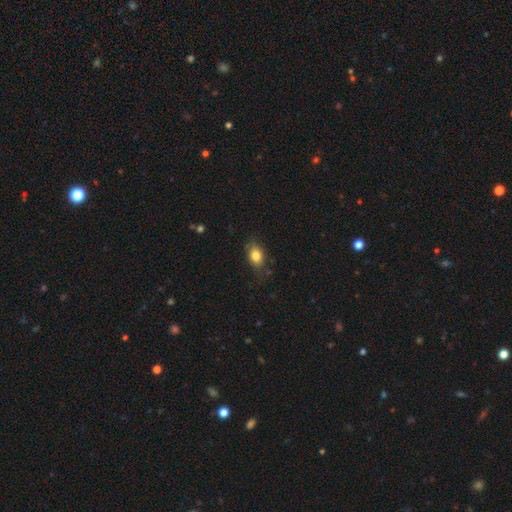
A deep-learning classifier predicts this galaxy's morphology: A smooth galaxy with no disk features (81%) that is in between round and cigar-shaped (76%).

Vote fractions:
- Smooth or featured? smooth: 81% / featured or disk: 10% / star or artifact: 9%
- How rounded? in between: 76% / round: 21% / cigar-shaped: 3%
- Merging? none: 73% / minor disturbance: 21% / major disturbance: 5% / merger: 2%